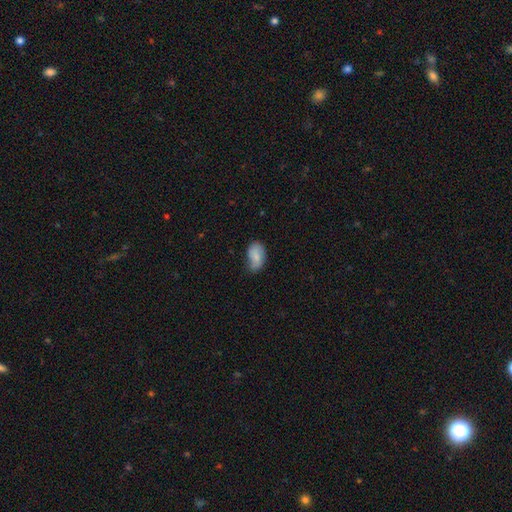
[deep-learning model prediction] smooth 75%, featured or disk 17%, star or artifact 7%. Down the decision tree: how rounded — in between (91%); merging — none (51%).